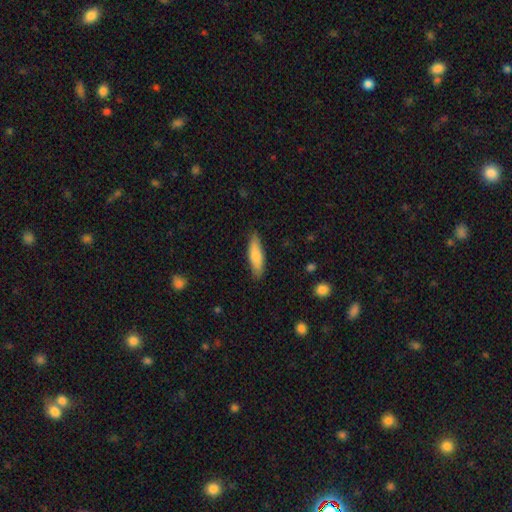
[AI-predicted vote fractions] A smooth galaxy with no disk features (79%) that is cigar-shaped (56%).

Vote fractions:
- Smooth or featured? smooth: 79% / featured or disk: 16% / star or artifact: 5%
- How rounded? cigar-shaped: 56% / in between: 42% / round: 2%
- Merging? none: 85% / minor disturbance: 12% / major disturbance: 2% / merger: 1%